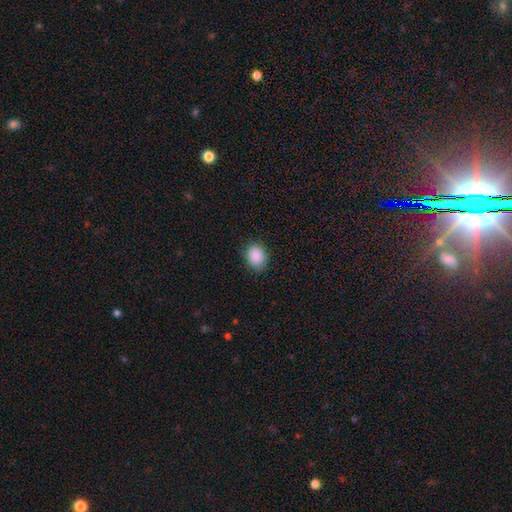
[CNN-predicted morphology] This appears to be a smooth galaxy with no disk features (89%) that is in between round and cigar-shaped (57%). Merging: none (84%).